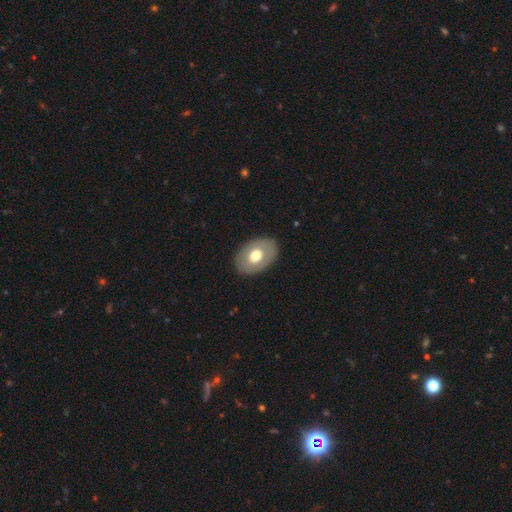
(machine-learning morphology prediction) This is likely a smooth galaxy (60%). How rounded: likely in between (79%). Merging: clearly none (86%).